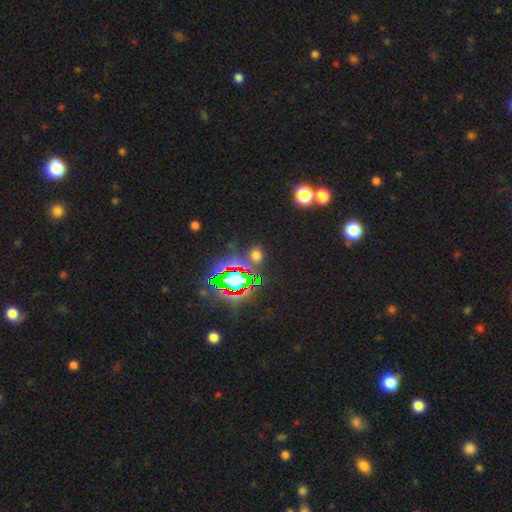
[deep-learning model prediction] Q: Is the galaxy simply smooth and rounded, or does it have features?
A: smooth — 46%, tied with star or artifact.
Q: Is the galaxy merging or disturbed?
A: none — 78%.